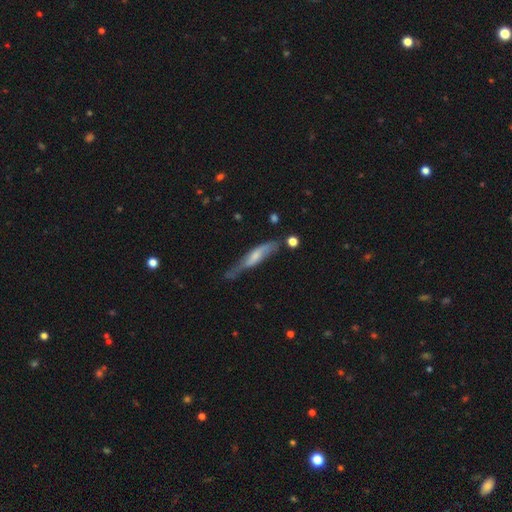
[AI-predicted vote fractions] Smooth or featured? Predicted: featured or disk (p=0.49). Merging? Predicted: none (p=0.47).